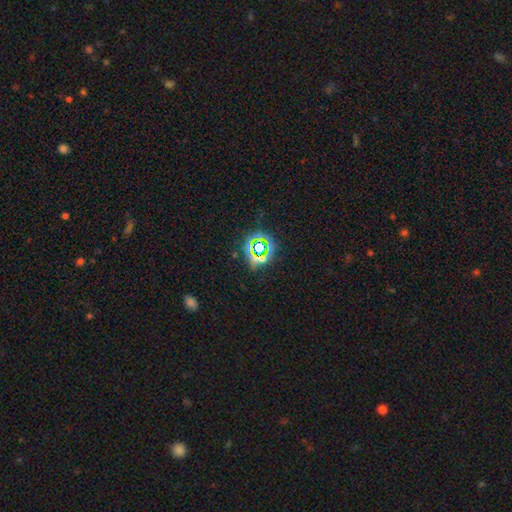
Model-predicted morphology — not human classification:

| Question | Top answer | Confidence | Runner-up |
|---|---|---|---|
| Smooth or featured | star or artifact | 69% | smooth (20%) |